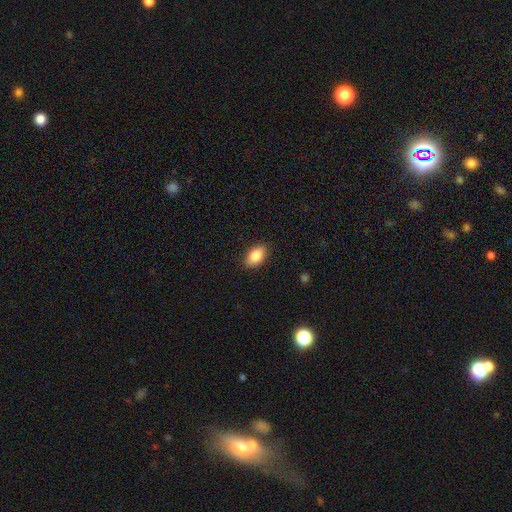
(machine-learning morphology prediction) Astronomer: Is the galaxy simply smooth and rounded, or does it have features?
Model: smooth — 86%.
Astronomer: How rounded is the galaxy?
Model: in between — 90%.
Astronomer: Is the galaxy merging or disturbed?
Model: none — 87%.